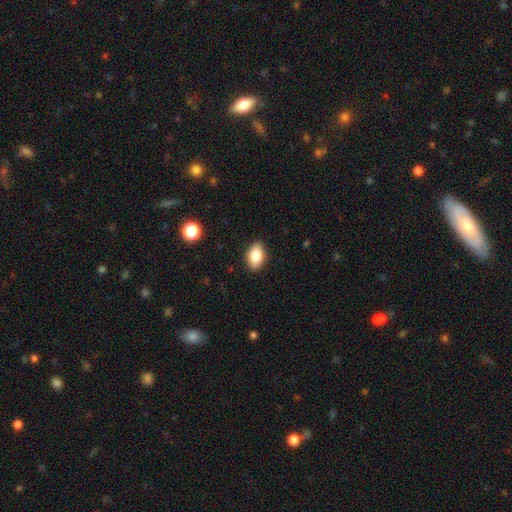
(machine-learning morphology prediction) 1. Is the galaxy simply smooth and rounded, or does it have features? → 84% smooth, 9% featured or disk, 8% star or artifact.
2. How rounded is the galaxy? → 90% in between, 7% round, 2% cigar-shaped.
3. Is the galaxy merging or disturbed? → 89% none, 8% minor disturbance, 2% major disturbance, 1% merger.